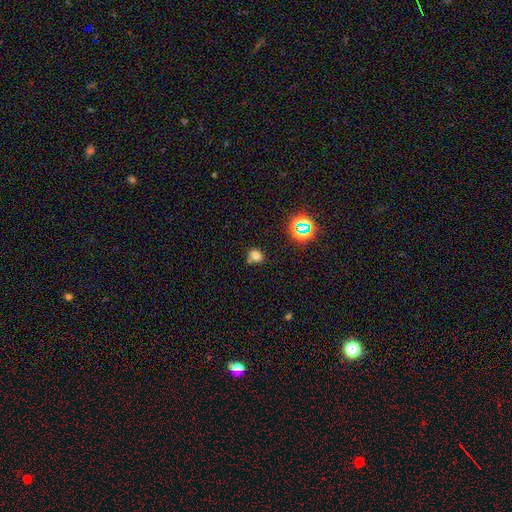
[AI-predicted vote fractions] smooth_or_featured: smooth (p=0.72) [alt: star or artifact p=0.21]
how_rounded: round (p=0.58) [alt: in between p=0.41]
merging: none (p=0.63) [alt: merger p=0.17]